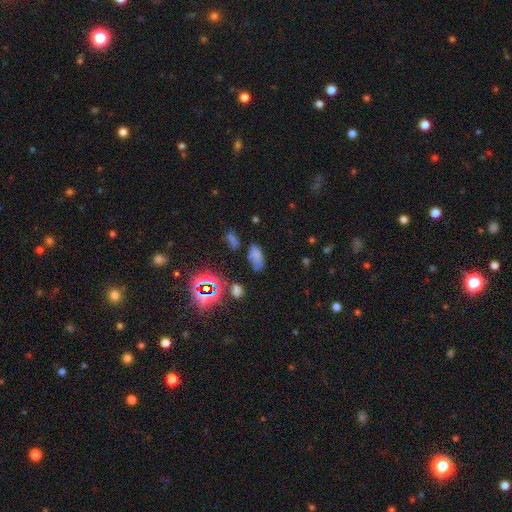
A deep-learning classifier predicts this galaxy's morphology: Smooth or featured? Predicted: smooth (p=0.60). How rounded? Predicted: in between (p=0.87). Merging? Predicted: none (p=0.51).